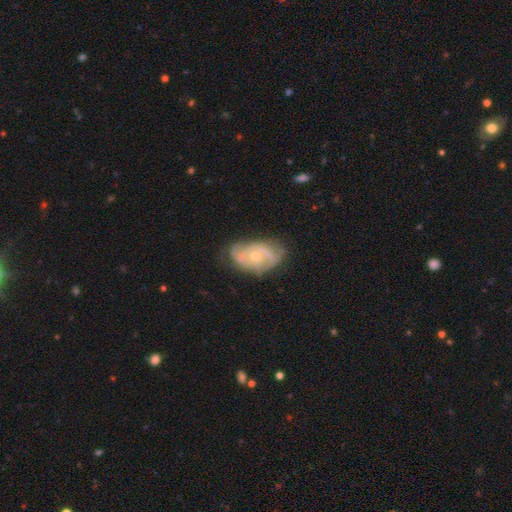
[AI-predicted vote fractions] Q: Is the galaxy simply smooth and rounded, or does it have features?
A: featured or disk — 77%.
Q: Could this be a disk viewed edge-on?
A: no — 96%.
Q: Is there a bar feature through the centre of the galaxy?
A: no — 71%.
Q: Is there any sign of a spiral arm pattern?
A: yes — 85%.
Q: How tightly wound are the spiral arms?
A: tight — 46%.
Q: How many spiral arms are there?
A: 2 — 47%.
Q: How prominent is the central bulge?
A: small — 50%.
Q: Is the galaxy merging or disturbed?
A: none — 64%.